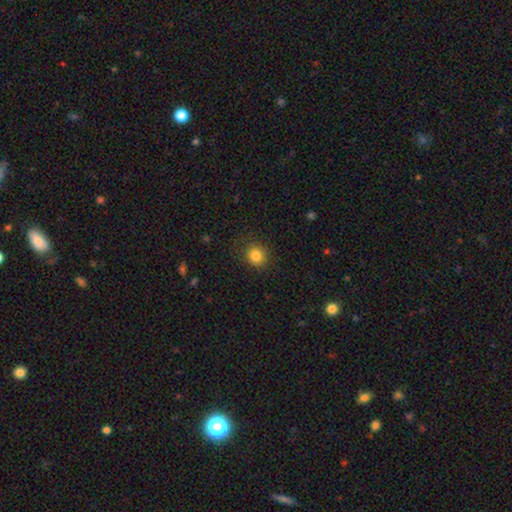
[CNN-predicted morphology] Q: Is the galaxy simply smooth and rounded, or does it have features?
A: smooth — 84%.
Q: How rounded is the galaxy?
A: round — 81%.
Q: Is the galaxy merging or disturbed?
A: none — 86%.